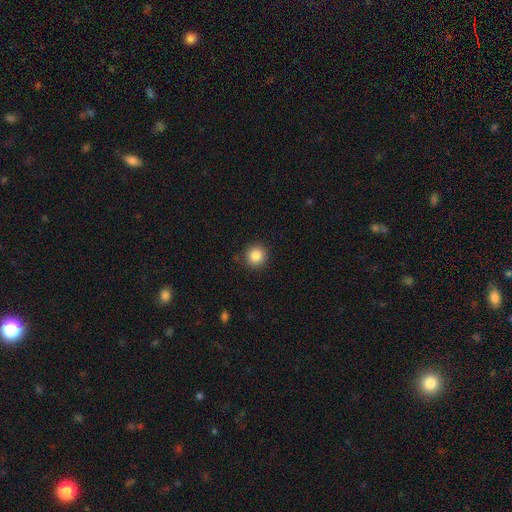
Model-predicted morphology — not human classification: This appears to be a smooth galaxy with no disk features (86%) that is round (94%). Merging: none (90%).